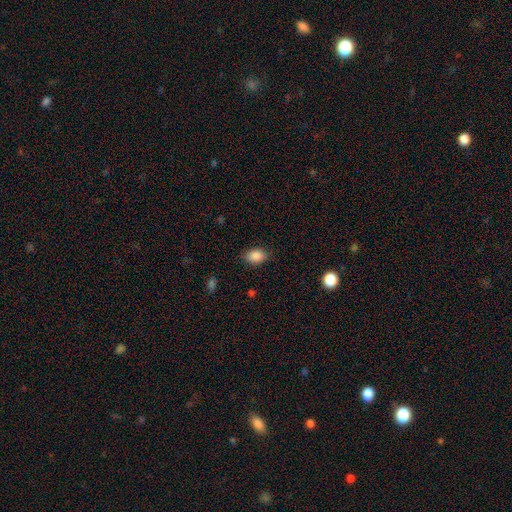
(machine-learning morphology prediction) A smooth galaxy with no disk features (88%) that is in between round and cigar-shaped (81%).

Vote fractions:
- Smooth or featured? smooth: 88% / star or artifact: 8% / featured or disk: 4%
- How rounded? in between: 81% / round: 18% / cigar-shaped: 1%
- Merging? none: 83% / minor disturbance: 13% / major disturbance: 3% / merger: 1%